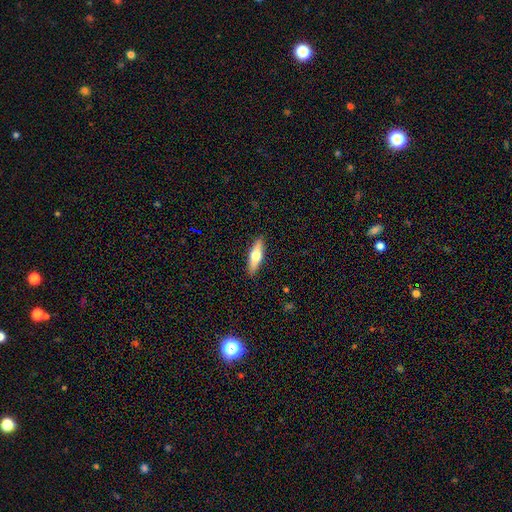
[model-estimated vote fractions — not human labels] A smooth galaxy with no disk features (54%) that is cigar-shaped (57%).

Vote fractions:
- Smooth or featured? smooth: 54% / featured or disk: 40% / star or artifact: 6%
- How rounded? cigar-shaped: 57% / in between: 41% / round: 2%
- Merging? none: 90% / minor disturbance: 7% / major disturbance: 2% / merger: 1%